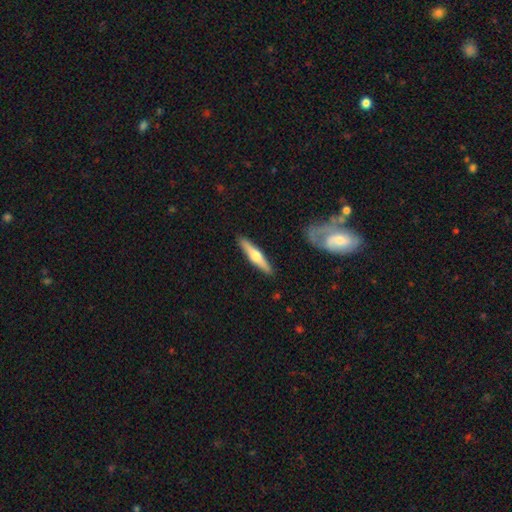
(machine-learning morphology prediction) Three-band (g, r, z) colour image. It shows a featured or disk galaxy (58%) viewed edge-on (96%) with a rounded central bulge (92%). Merging: none (90%).